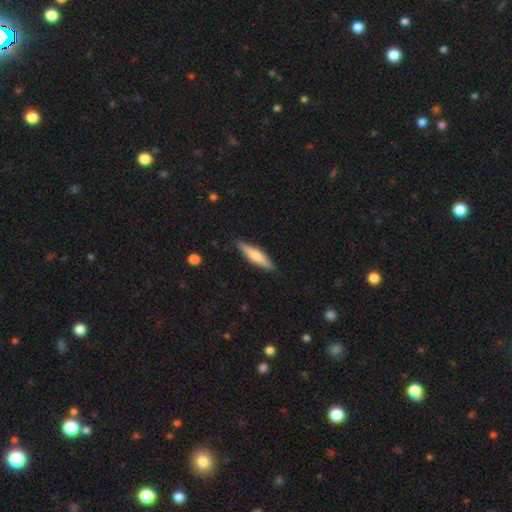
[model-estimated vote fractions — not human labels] A smooth galaxy with no disk features (61%) that is cigar-shaped (79%). Merging: none (89%).